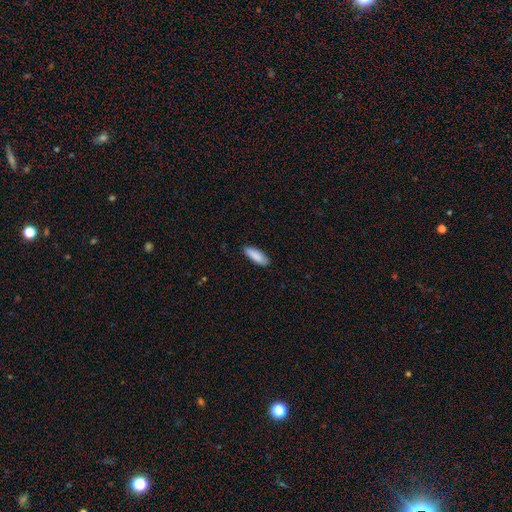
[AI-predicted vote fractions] The model was most divided on "how rounded": in between: 56%, cigar-shaped: 42%, round: 2%. More confident: smooth or featured — smooth (89%); merging — none (88%).